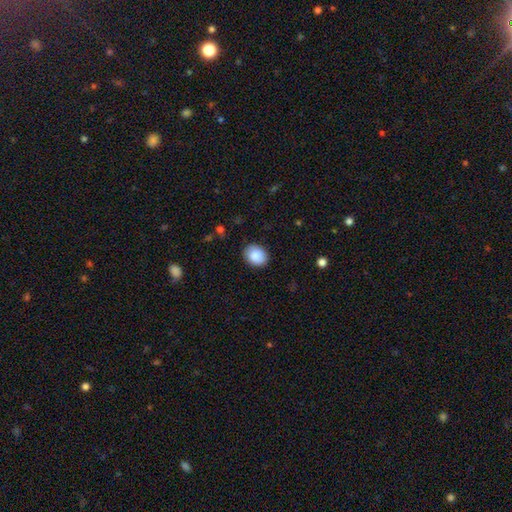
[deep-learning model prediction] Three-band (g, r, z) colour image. It shows a smooth galaxy with no disk features (86%) that is in between round and cigar-shaped (57%). Merging: none (88%).